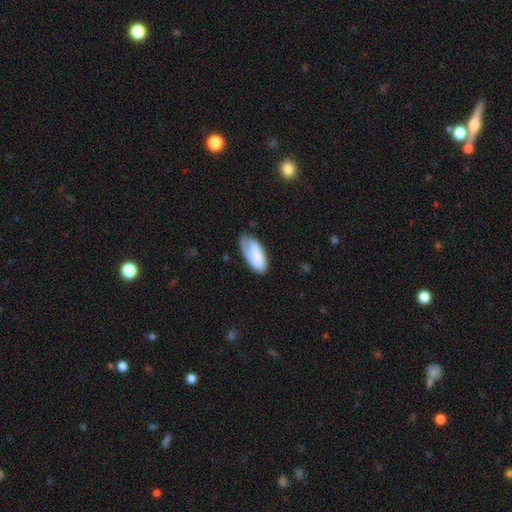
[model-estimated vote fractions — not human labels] Morphology: type=smooth (60%); roundness=in between (89%); merging=none (57%).